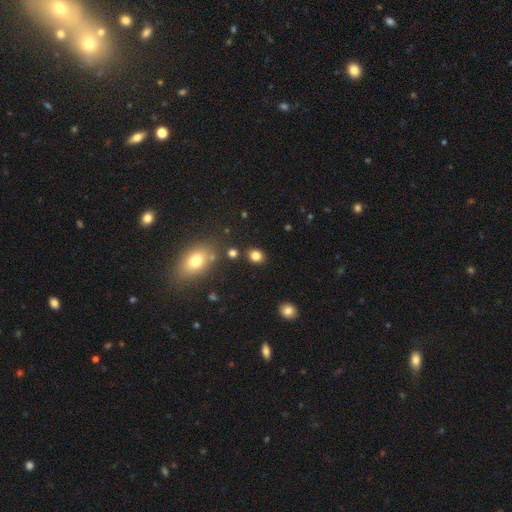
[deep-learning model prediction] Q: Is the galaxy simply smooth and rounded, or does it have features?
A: smooth — 82%.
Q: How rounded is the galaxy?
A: round — 56%.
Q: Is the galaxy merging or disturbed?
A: none — 84%.